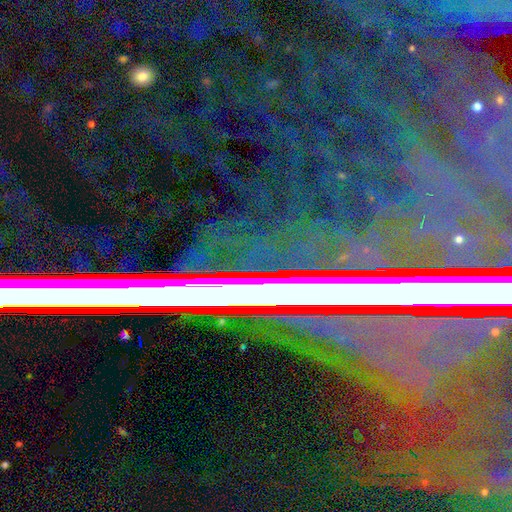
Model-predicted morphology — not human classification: smooth_or_featured: star or artifact (p=0.63) [alt: featured or disk p=0.26]